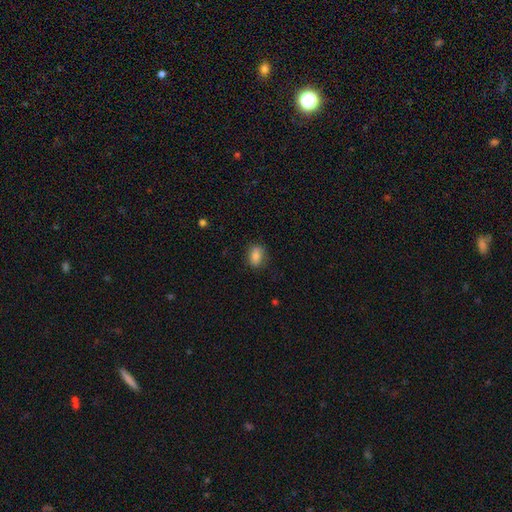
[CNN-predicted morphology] Smooth or featured?
  - smooth: 83% *
  - star or artifact: 9%
  - featured or disk: 8%
How rounded?
  - in between: 76% *
  - round: 21%
  - cigar-shaped: 2%
Merging?
  - none: 80% *
  - minor disturbance: 15%
  - major disturbance: 3%
  - merger: 1%